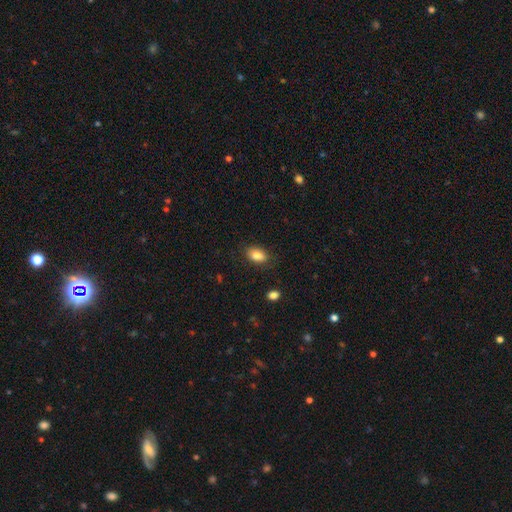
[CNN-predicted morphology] smooth-or-featured: smooth: 84% | star or artifact: 8% | featured or disk: 8%
  how-rounded: in between: 87% | round: 12% | cigar-shaped: 2%
  merging: none: 83% | minor disturbance: 13% | major disturbance: 3% | merger: 1%